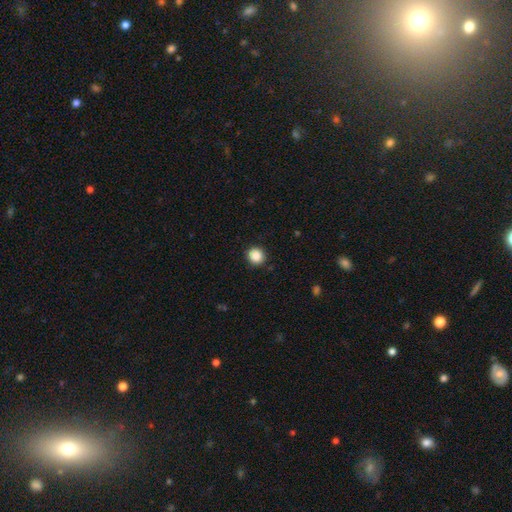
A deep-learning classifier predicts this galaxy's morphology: Smooth or featured?
  - smooth: 87% *
  - star or artifact: 9%
  - featured or disk: 3%
How rounded?
  - round: 89% *
  - in between: 10%
  - cigar-shaped: 1%
Merging?
  - none: 91% *
  - minor disturbance: 6%
  - major disturbance: 2%
  - merger: 1%